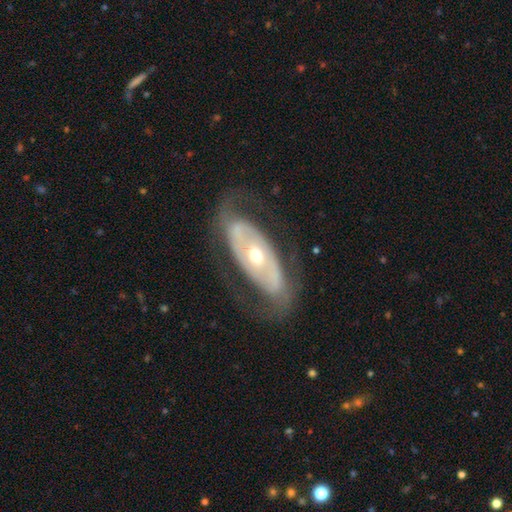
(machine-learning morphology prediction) Smooth or featured: featured or disk — 79% (smooth — 15%)
Edge-on disk: no — 89% (yes — 11%)
Bar: no — 70% (weak — 17%)
Spiral arms: yes — 62% (no — 38%)
Bulge size: moderate — 64% (small — 29%)
Merging: none — 71% (minor disturbance — 15%)